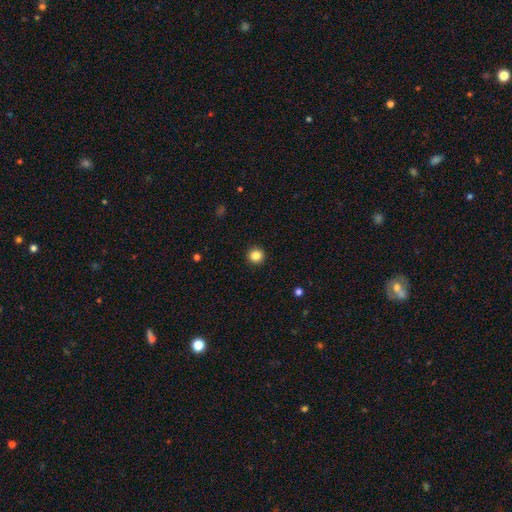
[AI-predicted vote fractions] Overall: smooth (85%). How rounded: round (95%). Merging: none (93%).